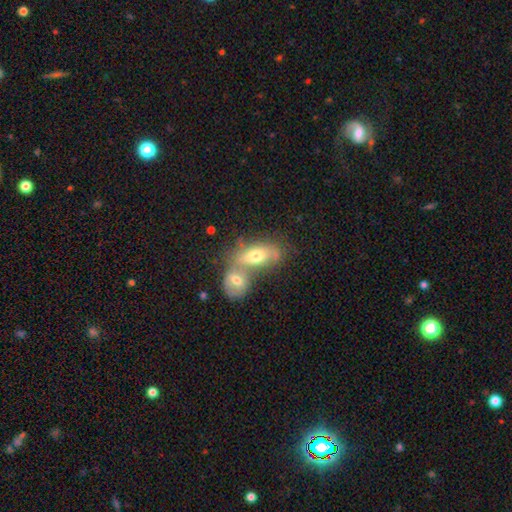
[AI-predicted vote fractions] Smooth or featured? Predicted: smooth (p=0.59). How rounded? Predicted: in between (p=0.84). Merging? Predicted: merger (p=0.63).